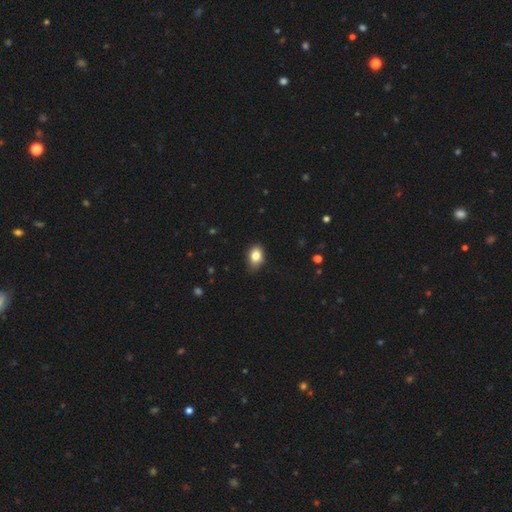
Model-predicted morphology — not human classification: smooth-or-featured: smooth: 82% | star or artifact: 9% | featured or disk: 9%
  how-rounded: in between: 77% | round: 22% | cigar-shaped: 1%
  merging: none: 75% | minor disturbance: 21% | major disturbance: 3% | merger: 1%